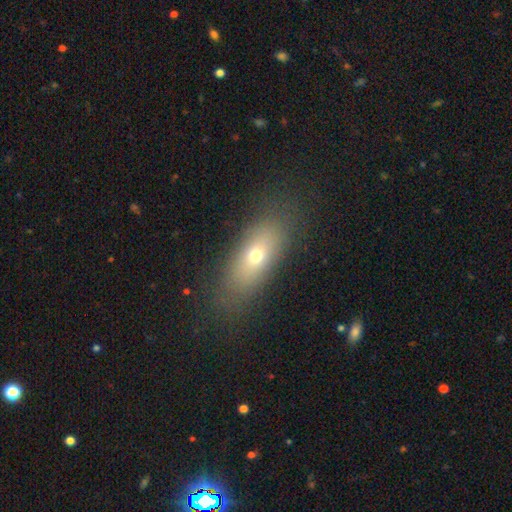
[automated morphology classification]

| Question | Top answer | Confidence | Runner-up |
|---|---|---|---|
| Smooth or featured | smooth | 65% | featured or disk (24%) |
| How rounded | in between | 71% | cigar-shaped (23%) |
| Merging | none | 82% | minor disturbance (11%) |